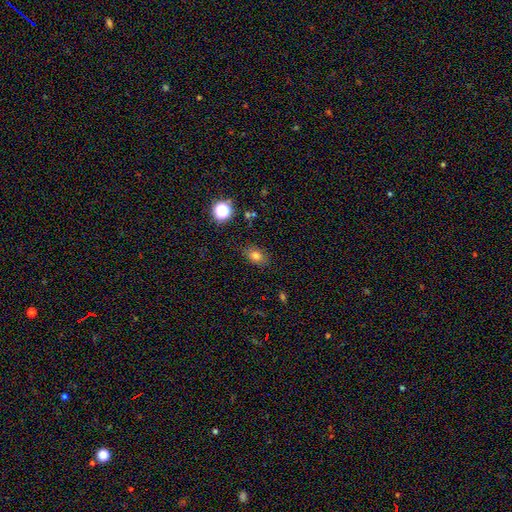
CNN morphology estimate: A smooth galaxy with no disk features (76%) that is in between round and cigar-shaped (70%).

Vote fractions:
- Smooth or featured? smooth: 76% / star or artifact: 15% / featured or disk: 9%
- How rounded? in between: 70% / round: 29% / cigar-shaped: 2%
- Merging? none: 83% / minor disturbance: 12% / major disturbance: 3% / merger: 2%